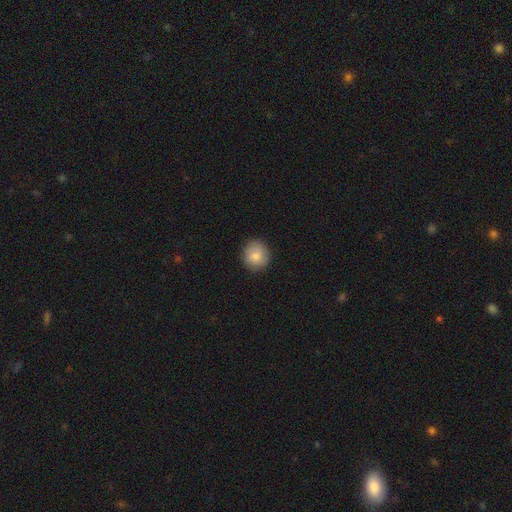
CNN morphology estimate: A smooth galaxy with no disk features (83%) that is round (88%).

Vote fractions:
- Smooth or featured? smooth: 83% / featured or disk: 9% / star or artifact: 8%
- How rounded? round: 88% / in between: 11% / cigar-shaped: 1%
- Merging? none: 87% / minor disturbance: 10% / major disturbance: 2% / merger: 1%